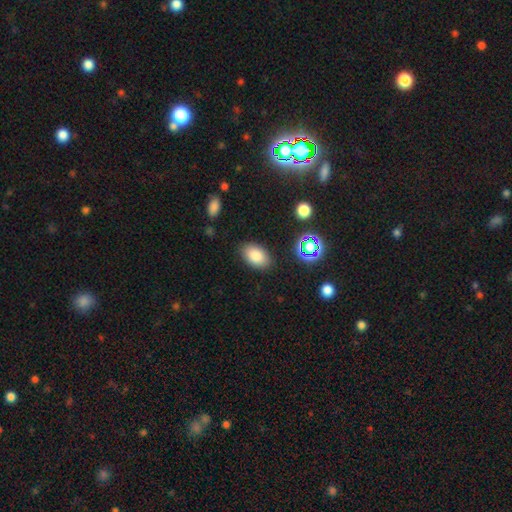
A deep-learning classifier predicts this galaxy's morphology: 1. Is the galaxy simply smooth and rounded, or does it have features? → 83% smooth, 10% star or artifact, 8% featured or disk.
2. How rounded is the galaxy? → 90% in between, 9% round, 1% cigar-shaped.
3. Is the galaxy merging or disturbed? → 85% none, 10% minor disturbance, 3% major disturbance, 2% merger.